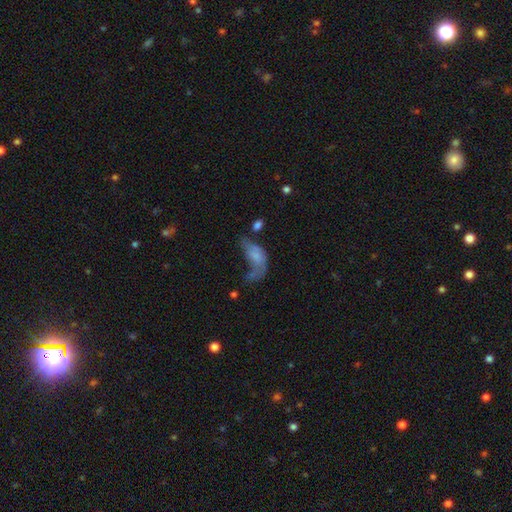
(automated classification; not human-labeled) smooth 55%, featured or disk 34%, star or artifact 11%. Down the decision tree: how rounded — in between (89%); merging — major disturbance (53%).